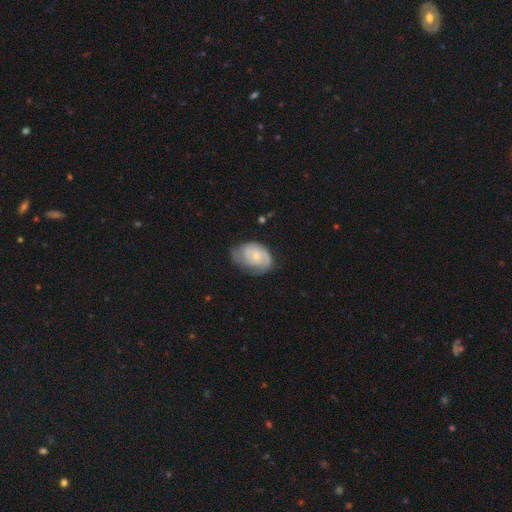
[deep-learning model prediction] smooth_or_featured: featured or disk (p=0.59) [alt: smooth p=0.35]
disk_edge_on: no (p=0.97) [alt: yes p=0.03]
bar: no (p=0.76) [alt: weak p=0.21]
has_spiral_arms: yes (p=0.80) [alt: no p=0.20]
bulge_size: small (p=0.59) [alt: moderate p=0.36]
merging: none (p=0.47) [alt: minor disturbance p=0.35]